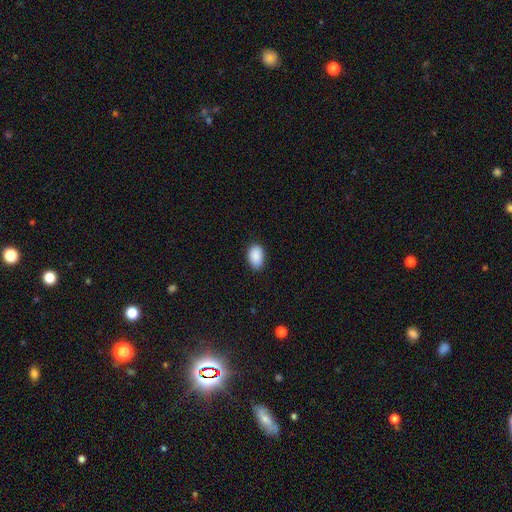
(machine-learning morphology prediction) Smooth or featured?
  - smooth: 90% *
  - star or artifact: 7%
  - featured or disk: 3%
How rounded?
  - in between: 91% *
  - round: 8%
  - cigar-shaped: 1%
Merging?
  - none: 83% *
  - minor disturbance: 14%
  - major disturbance: 2%
  - merger: 1%